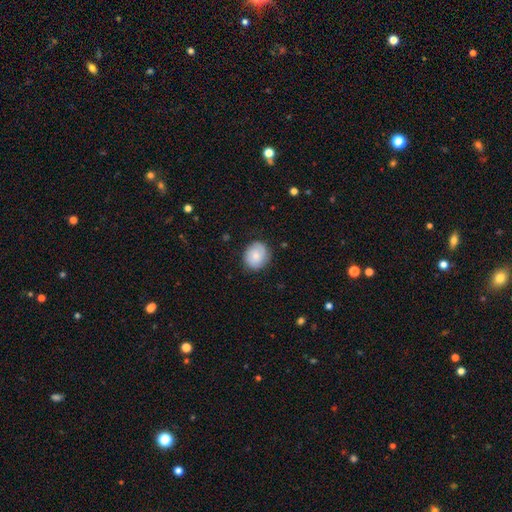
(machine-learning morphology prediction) Smooth or featured? Predicted: smooth (p=0.75). How rounded? Predicted: round (p=0.71). Merging? Predicted: none (p=0.81).